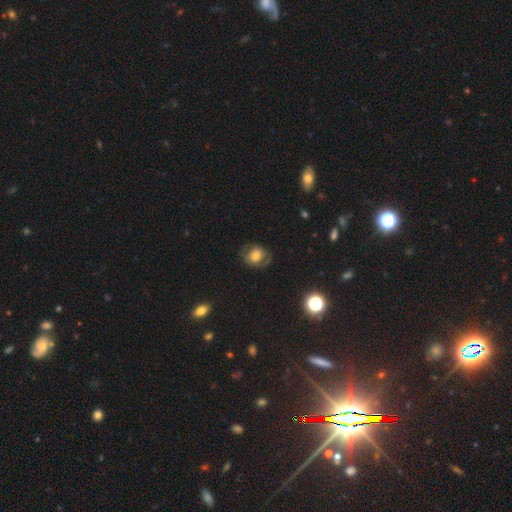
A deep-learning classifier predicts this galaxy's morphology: This appears to be a smooth galaxy with no disk features (50%) that is round (62%). Merging: none (71%).